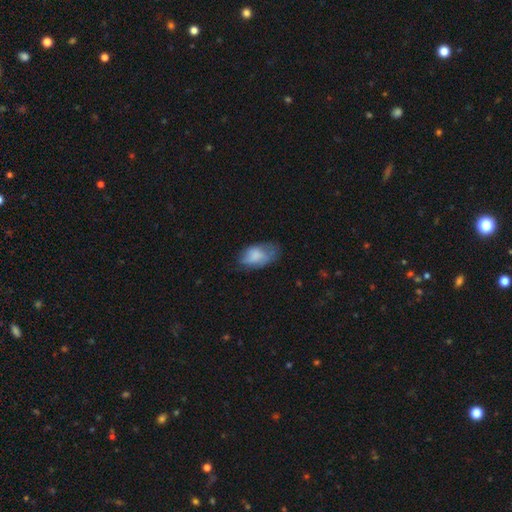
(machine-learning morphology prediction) Smooth or featured? Predicted: smooth (p=0.75). How rounded? Predicted: in between (p=0.92). Merging? Predicted: none (p=0.45).